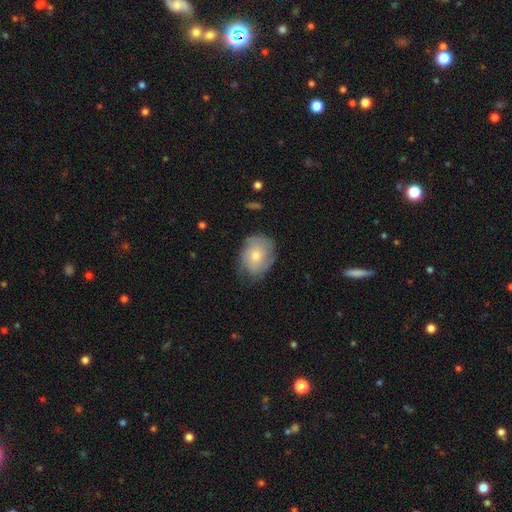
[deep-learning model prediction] This appears to be a smooth galaxy with no disk features (62%) that is in between round and cigar-shaped (54%). Merging: none (59%).